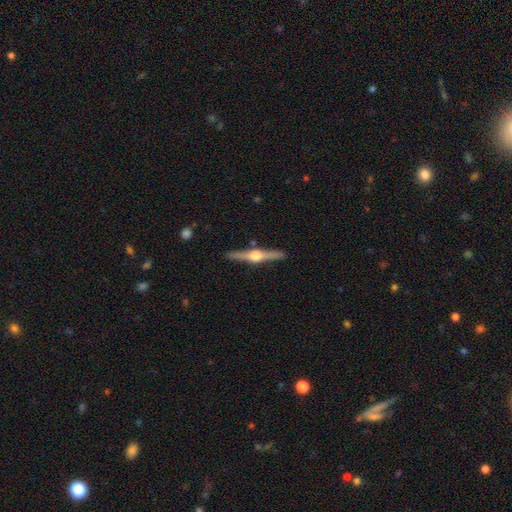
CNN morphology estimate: smooth_or_featured: featured or disk (p=0.81) [alt: smooth p=0.13]
disk_edge_on: yes (p=0.98) [alt: no p=0.02]
edge_on_bulge: rounded (p=0.95) [alt: boxy p=0.03]
merging: none (p=0.90) [alt: minor disturbance p=0.07]